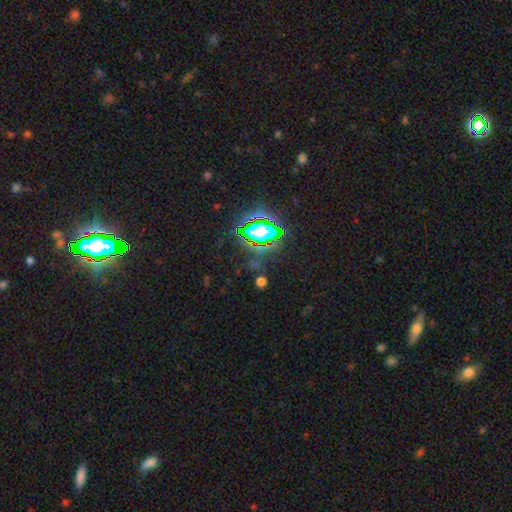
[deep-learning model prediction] Q: Smooth or featured?
A: star or artifact (80%); runner-up: smooth (13%)